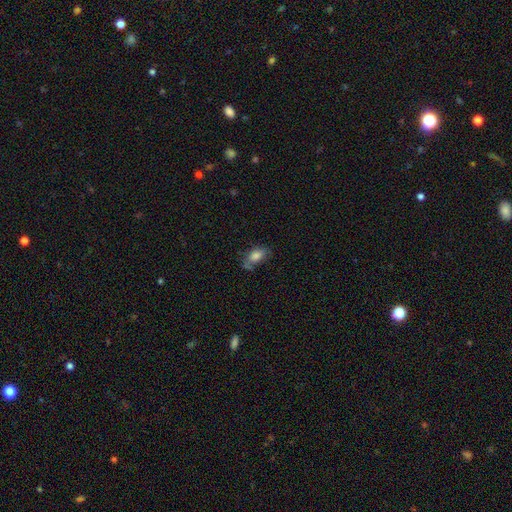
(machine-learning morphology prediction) smooth 70%, featured or disk 19%, star or artifact 12%. Down the decision tree: how rounded — in between (87%); merging — none (55%).